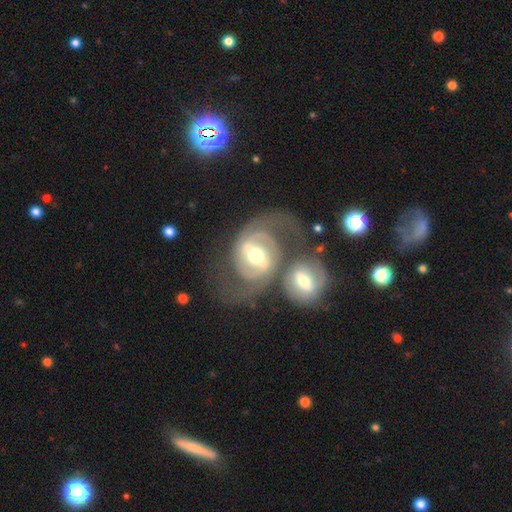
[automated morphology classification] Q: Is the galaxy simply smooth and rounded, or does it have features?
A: featured or disk — 87%.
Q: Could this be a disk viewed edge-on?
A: no — 97%.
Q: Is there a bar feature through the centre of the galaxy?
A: strong — 46%.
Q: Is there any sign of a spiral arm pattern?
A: yes — 93%.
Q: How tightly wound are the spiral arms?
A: medium — 52%.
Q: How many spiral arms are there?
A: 2 — 90%.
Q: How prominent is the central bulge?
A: moderate — 74%.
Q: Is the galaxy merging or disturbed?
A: none — 40%.